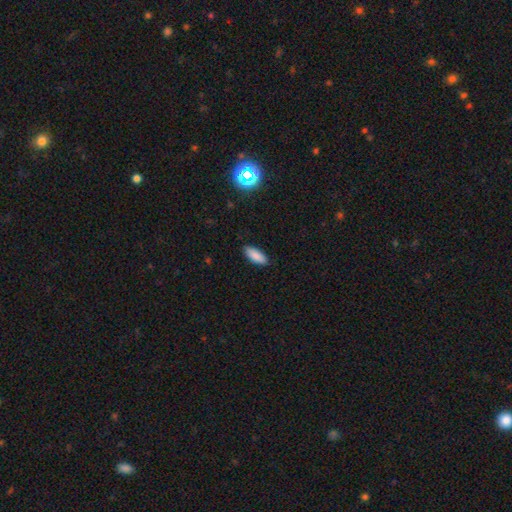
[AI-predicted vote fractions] Smooth or featured?
  - smooth: 87% *
  - star or artifact: 8%
  - featured or disk: 5%
How rounded?
  - in between: 78% *
  - cigar-shaped: 21%
  - round: 2%
Merging?
  - none: 88% *
  - minor disturbance: 9%
  - major disturbance: 2%
  - merger: 1%